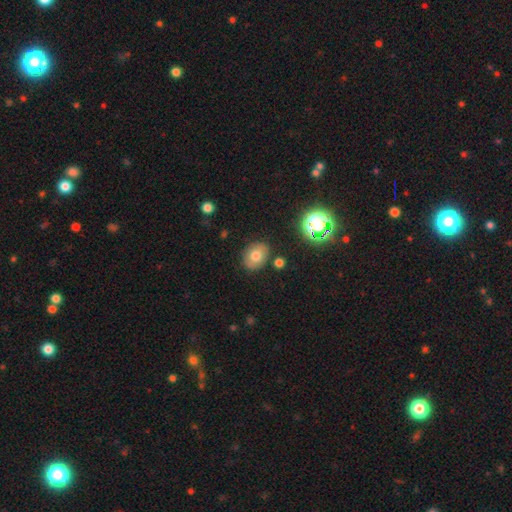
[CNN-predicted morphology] smooth_or_featured: smooth (p=0.68) [alt: featured or disk p=0.19]
how_rounded: in between (p=0.58) [alt: round p=0.41]
merging: none (p=0.81) [alt: minor disturbance p=0.13]